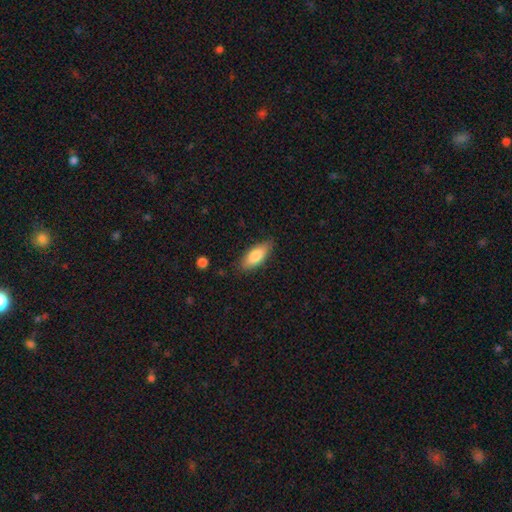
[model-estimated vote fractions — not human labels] smooth-or-featured: smooth: 80% | featured or disk: 14% | star or artifact: 6%
  how-rounded: in between: 76% | cigar-shaped: 22% | round: 2%
  merging: none: 83% | minor disturbance: 13% | major disturbance: 2% | merger: 1%